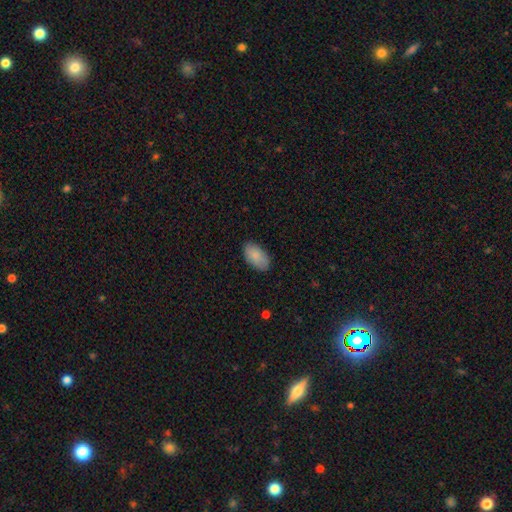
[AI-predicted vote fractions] smooth-or-featured: smooth: 88% | star or artifact: 6% | featured or disk: 6%
  how-rounded: in between: 95% | round: 4% | cigar-shaped: 2%
  merging: none: 85% | minor disturbance: 11% | major disturbance: 2% | merger: 1%